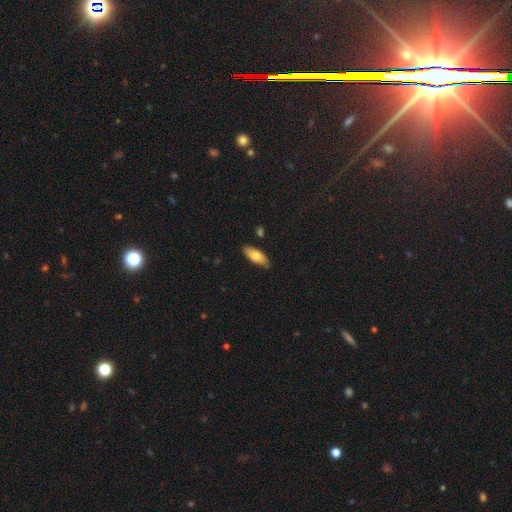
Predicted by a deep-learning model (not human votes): smooth_or_featured: smooth (p=0.75) [alt: featured or disk p=0.19]
how_rounded: in between (p=0.85) [alt: cigar-shaped p=0.13]
merging: none (p=0.83) [alt: minor disturbance p=0.13]